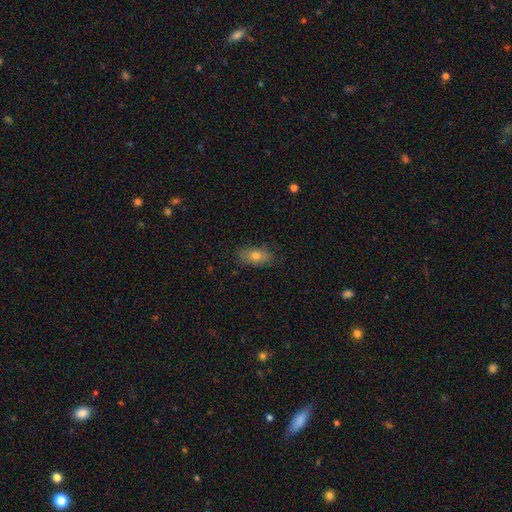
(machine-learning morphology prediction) smooth_or_featured: smooth (p=0.73) [alt: featured or disk p=0.18]
how_rounded: in between (p=0.87) [alt: round p=0.07]
merging: none (p=0.81) [alt: minor disturbance p=0.15]